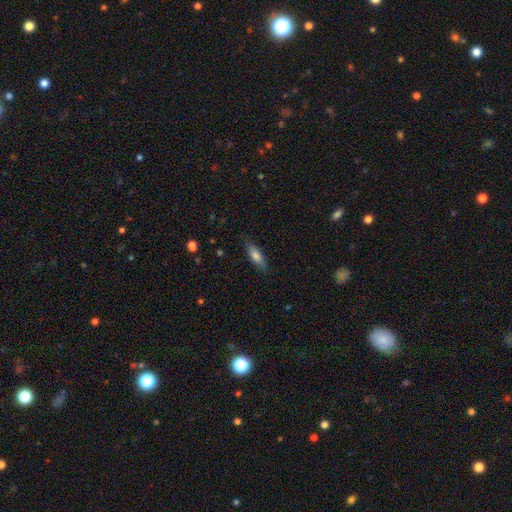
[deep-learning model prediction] A smooth galaxy with no disk features (76%) that is in between round and cigar-shaped (58%).

Vote fractions:
- Smooth or featured? smooth: 76% / featured or disk: 17% / star or artifact: 7%
- How rounded? in between: 58% / cigar-shaped: 40% / round: 2%
- Merging? none: 82% / minor disturbance: 14% / major disturbance: 3% / merger: 1%